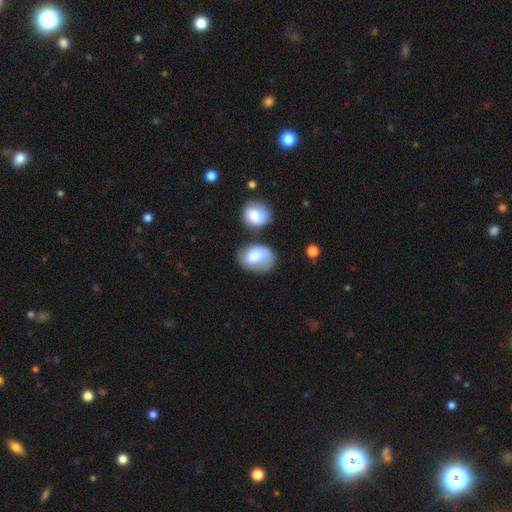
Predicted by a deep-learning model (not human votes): Smooth or featured?
  - smooth: 72% *
  - featured or disk: 21%
  - star or artifact: 7%
How rounded?
  - in between: 74% *
  - round: 25%
  - cigar-shaped: 1%
Merging?
  - none: 47% *
  - minor disturbance: 24%
  - merger: 17%
  - major disturbance: 12%